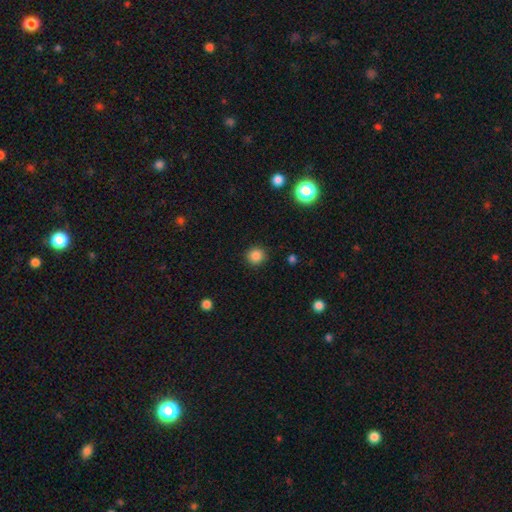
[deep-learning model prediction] Smooth or featured? Predicted: smooth (p=0.85). How rounded? Predicted: round (p=0.93). Merging? Predicted: none (p=0.91).